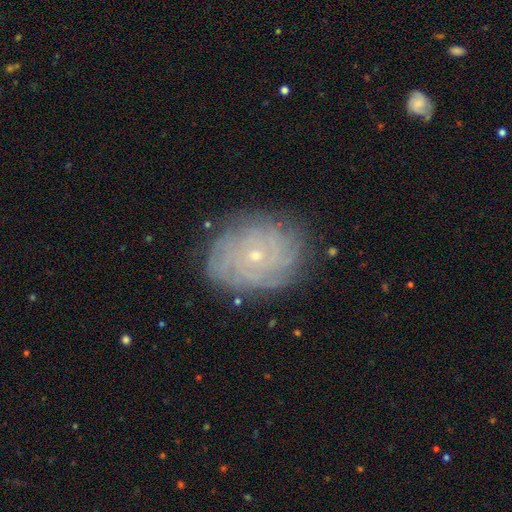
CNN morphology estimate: smooth-or-featured: featured or disk: 76% | smooth: 15% | star or artifact: 10%
  disk-edge-on: no: 97% | yes: 3%
    bar: no: 84% | weak: 13% | strong: 3%
    has-spiral-arms: yes: 93% | no: 7%
      spiral-winding: tight: 82% | medium: 14% | loose: 4%
      spiral-arm-count: can't tell: 38% | more than 4: 23% | 4: 15% | 3: 9% | 2: 8% | 1: 7%
    bulge-size: small: 82% | moderate: 15% | none: 1% | large: 1% | dominant: 1%
  merging: none: 82% | minor disturbance: 13% | major disturbance: 4% | merger: 1%